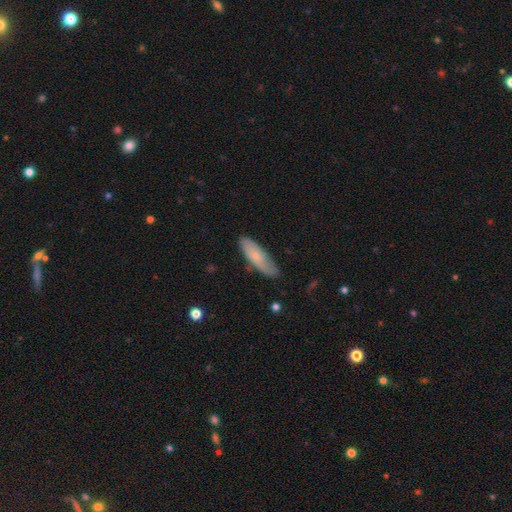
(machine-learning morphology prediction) Smooth or featured? smooth (72%)
How rounded? cigar-shaped (52%)
Merging? none (75%)